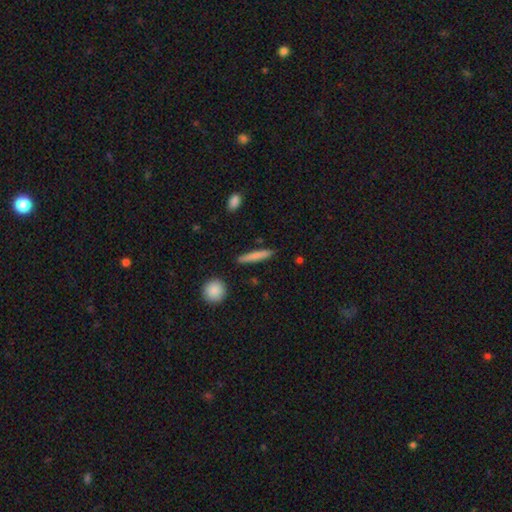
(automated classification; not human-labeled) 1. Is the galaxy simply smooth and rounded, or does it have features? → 73% smooth, 21% featured or disk, 6% star or artifact.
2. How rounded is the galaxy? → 92% cigar-shaped, 5% in between, 2% round.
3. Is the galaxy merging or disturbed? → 88% none, 8% minor disturbance, 2% merger, 2% major disturbance.